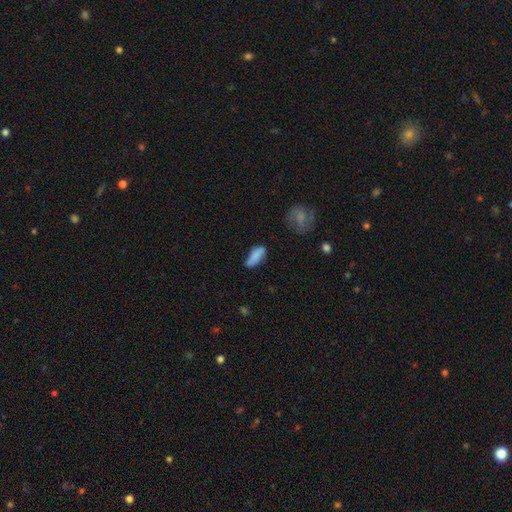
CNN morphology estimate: smooth_or_featured: smooth (p=0.79) [alt: featured or disk p=0.14]
how_rounded: in between (p=0.67) [alt: cigar-shaped p=0.30]
merging: none (p=0.65) [alt: minor disturbance p=0.26]